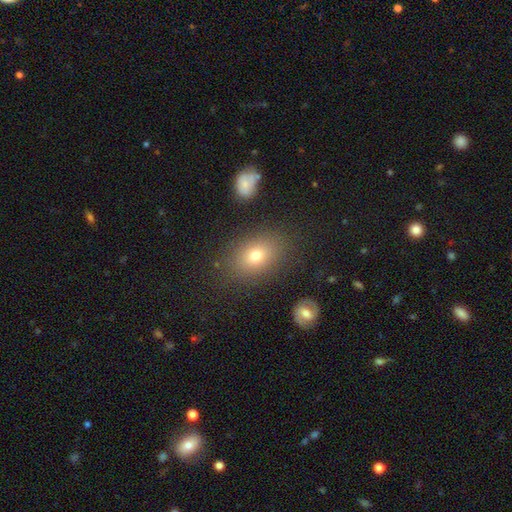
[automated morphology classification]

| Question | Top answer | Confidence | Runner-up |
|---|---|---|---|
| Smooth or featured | smooth | 74% | featured or disk (14%) |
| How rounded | in between | 74% | round (24%) |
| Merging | none | 82% | minor disturbance (11%) |